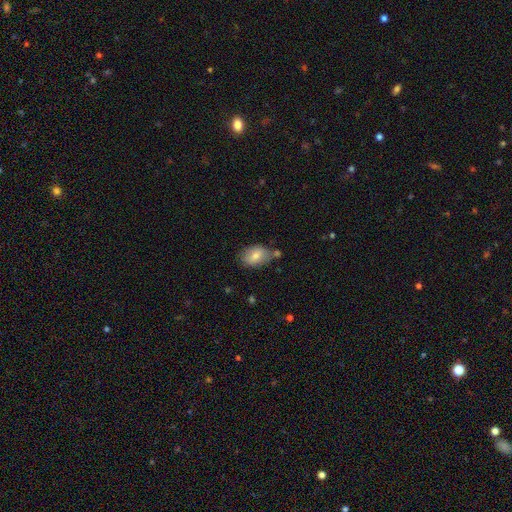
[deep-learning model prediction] Smooth or featured? Predicted: smooth (p=0.76). How rounded? Predicted: in between (p=0.84). Merging? Predicted: none (p=0.68).